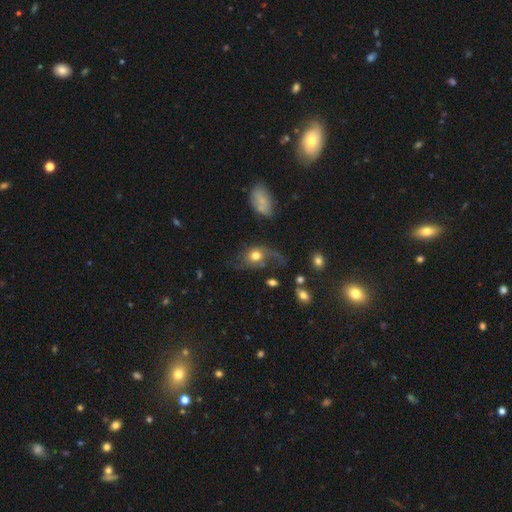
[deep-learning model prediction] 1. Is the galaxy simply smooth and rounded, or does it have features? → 47% smooth, 43% featured or disk, 10% star or artifact.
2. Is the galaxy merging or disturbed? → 40% major disturbance, 35% none, 20% minor disturbance, 6% merger.